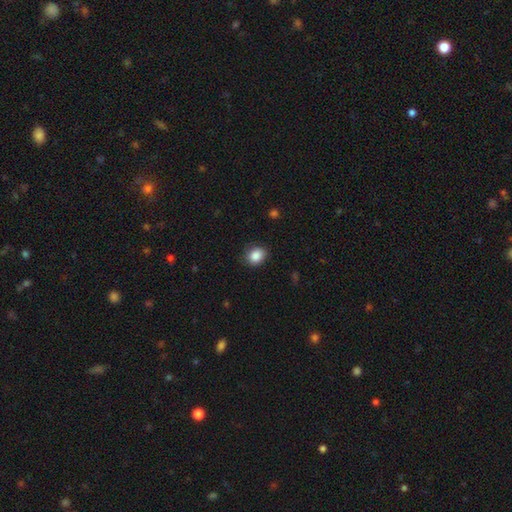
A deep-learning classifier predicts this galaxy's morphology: Q: Smooth or featured?
A: smooth (87%); runner-up: star or artifact (9%)
Q: How rounded?
A: round (62%); runner-up: in between (37%)
Q: Merging?
A: none (81%); runner-up: minor disturbance (15%)